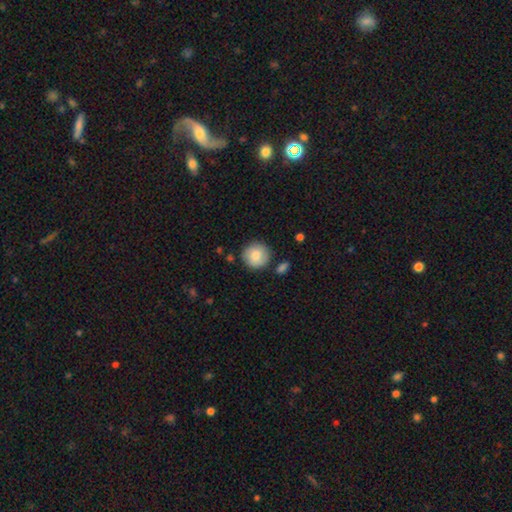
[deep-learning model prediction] Smooth or featured? Predicted: smooth (p=0.81). How rounded? Predicted: round (p=0.94). Merging? Predicted: none (p=0.82).